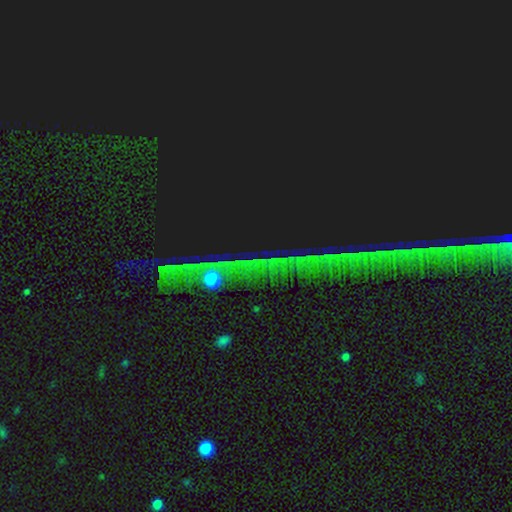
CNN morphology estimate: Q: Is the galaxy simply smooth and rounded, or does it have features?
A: star or artifact — 79%.